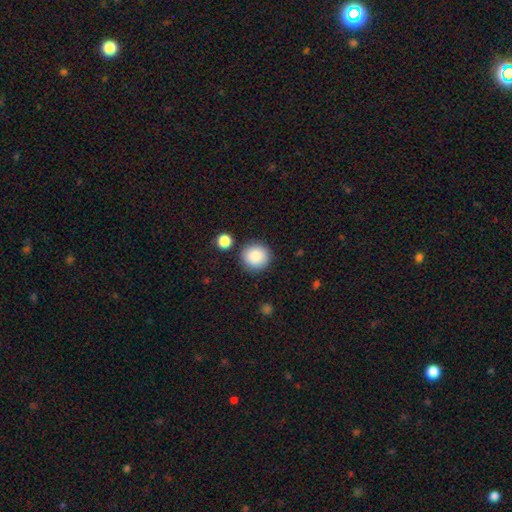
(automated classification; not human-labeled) Q: Smooth or featured?
A: smooth (88%); runner-up: star or artifact (8%)
Q: How rounded?
A: round (94%); runner-up: in between (6%)
Q: Merging?
A: none (87%); runner-up: minor disturbance (7%)